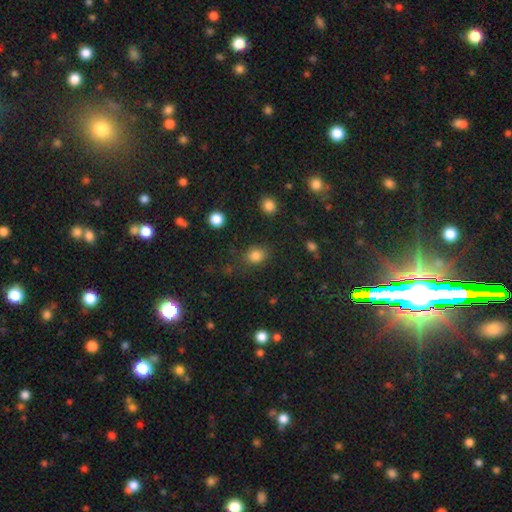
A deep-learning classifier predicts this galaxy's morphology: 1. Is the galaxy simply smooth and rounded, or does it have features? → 82% smooth, 13% star or artifact, 5% featured or disk.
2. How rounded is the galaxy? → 60% round, 39% in between, 1% cigar-shaped.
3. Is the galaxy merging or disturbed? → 75% none, 15% minor disturbance, 6% major disturbance, 3% merger.